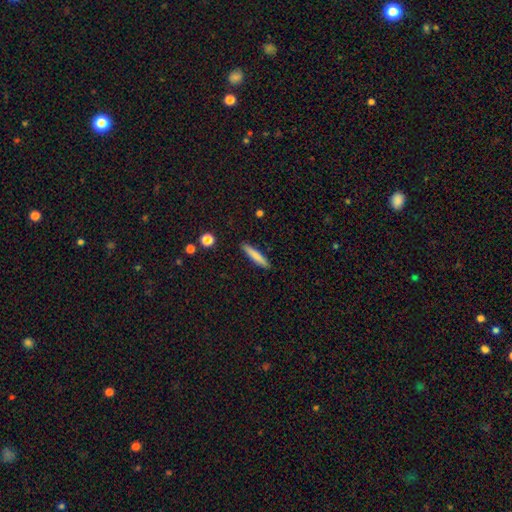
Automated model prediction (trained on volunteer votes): This is clearly a smooth galaxy (80%). How rounded: clearly cigar-shaped (91%). Merging: clearly none (90%).